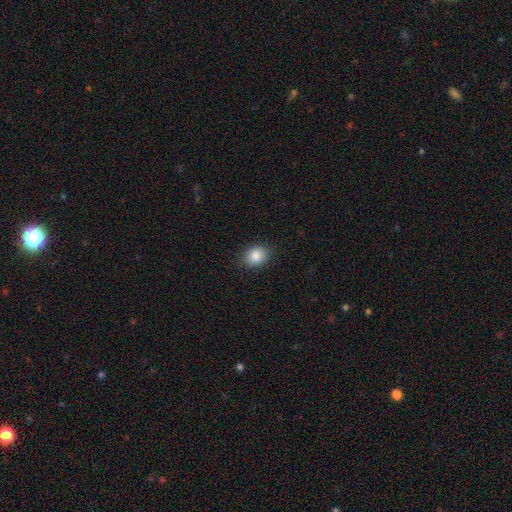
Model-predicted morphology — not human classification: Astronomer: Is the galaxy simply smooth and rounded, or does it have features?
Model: smooth — 87%.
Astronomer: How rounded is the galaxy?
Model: in between — 54% (runner-up: round, 45%).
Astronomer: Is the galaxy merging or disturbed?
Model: none — 88%.